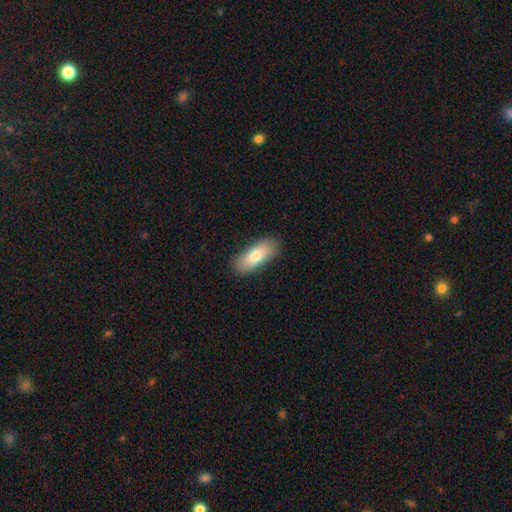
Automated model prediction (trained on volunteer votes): Smooth or featured: smooth — 79% (featured or disk — 15%)
How rounded: in between — 75% (cigar-shaped — 22%)
Merging: none — 88% (minor disturbance — 9%)